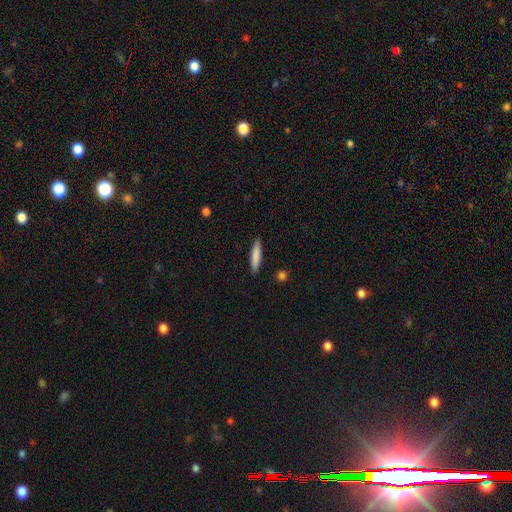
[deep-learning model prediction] Smooth or featured: smooth — 82% (featured or disk — 13%)
How rounded: cigar-shaped — 88% (in between — 11%)
Merging: none — 90% (minor disturbance — 7%)